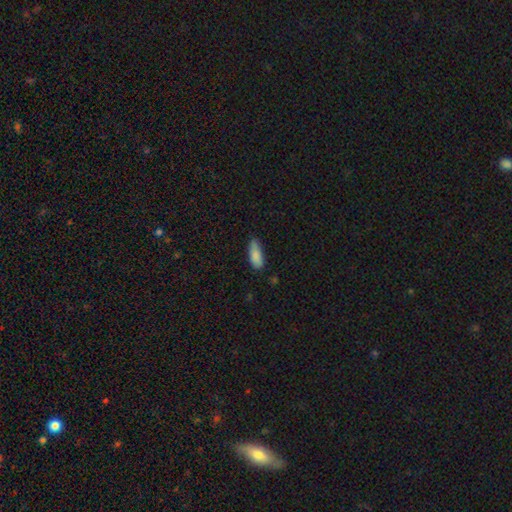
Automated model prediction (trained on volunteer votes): smooth-or-featured: smooth: 86% | featured or disk: 7% | star or artifact: 7%
  how-rounded: in between: 73% | cigar-shaped: 25% | round: 2%
  merging: none: 62% | minor disturbance: 31% | major disturbance: 5% | merger: 2%